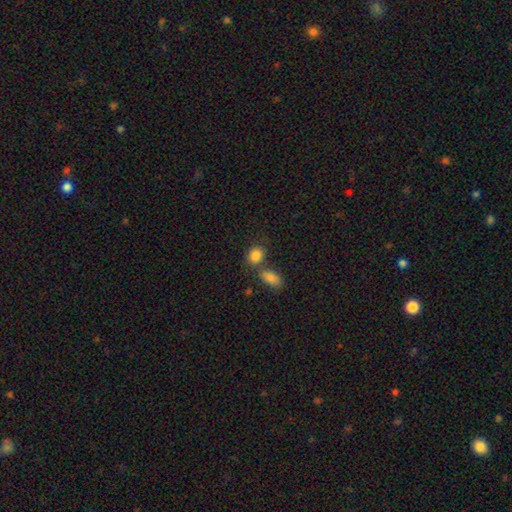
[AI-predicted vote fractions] Smooth or featured? Predicted: smooth (p=0.85). How rounded? Predicted: round (p=0.51). Merging? Predicted: none (p=0.55).